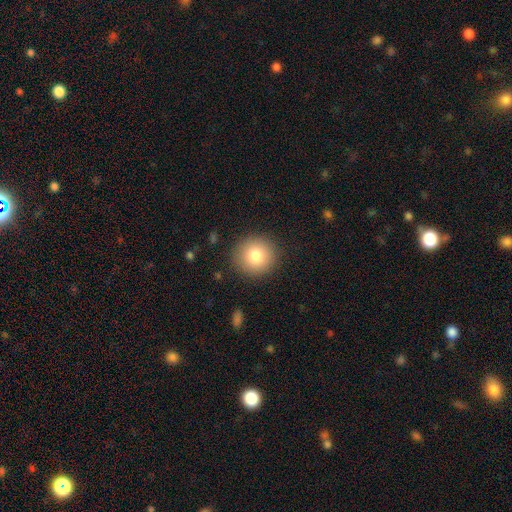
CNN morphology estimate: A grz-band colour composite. It shows a smooth galaxy with no disk features (81%) that is round (93%). Merging: none (90%).